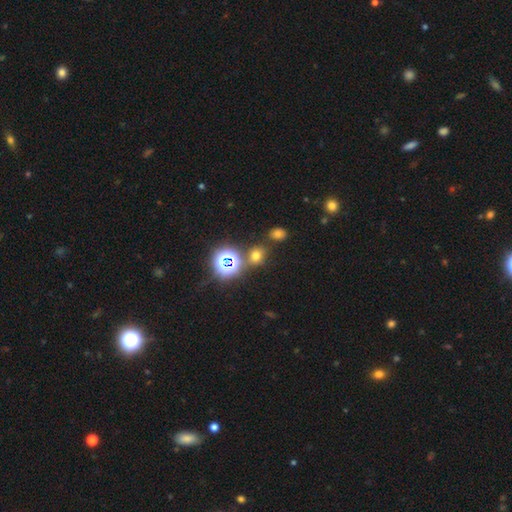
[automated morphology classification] Smooth or featured: smooth — 57% (star or artifact — 36%)
How rounded: round — 64% (in between — 35%)
Merging: none — 75% (merger — 12%)